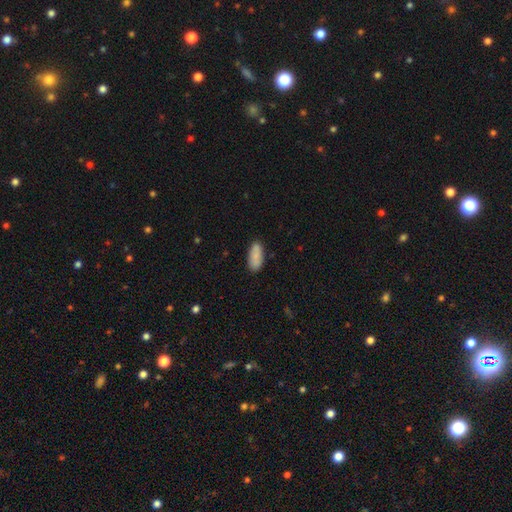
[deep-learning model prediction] Smooth or featured?
  - smooth: 84% *
  - featured or disk: 10%
  - star or artifact: 6%
How rounded?
  - in between: 88% *
  - cigar-shaped: 10%
  - round: 2%
Merging?
  - none: 82% *
  - minor disturbance: 13%
  - major disturbance: 2%
  - merger: 2%